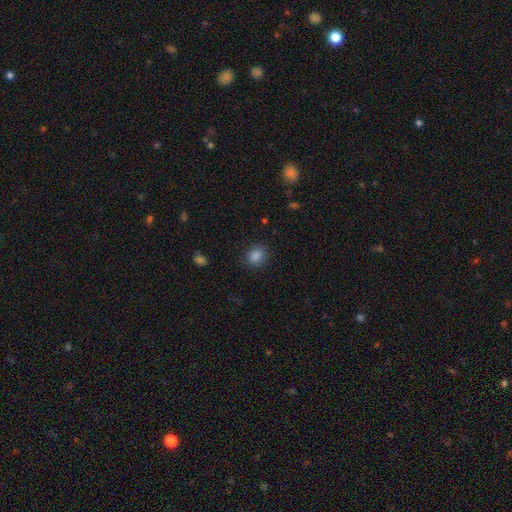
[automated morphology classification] Smooth or featured?
  - smooth: 86% *
  - star or artifact: 11%
  - featured or disk: 3%
How rounded?
  - round: 67% *
  - in between: 32%
  - cigar-shaped: 1%
Merging?
  - none: 86% *
  - minor disturbance: 10%
  - major disturbance: 3%
  - merger: 1%